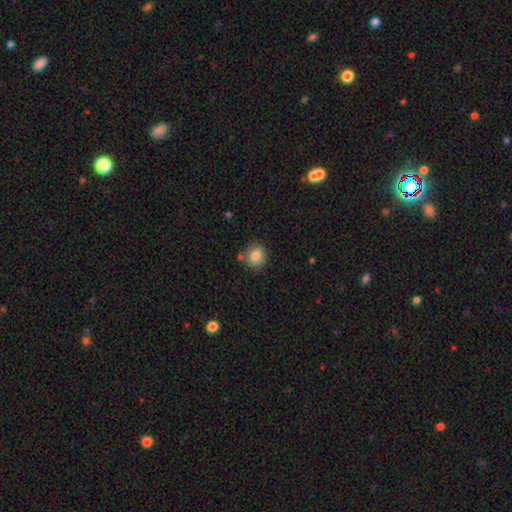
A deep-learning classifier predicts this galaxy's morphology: Smooth or featured?
  - smooth: 83% *
  - star or artifact: 10%
  - featured or disk: 7%
How rounded?
  - round: 88% *
  - in between: 11%
  - cigar-shaped: 1%
Merging?
  - none: 81% *
  - minor disturbance: 10%
  - merger: 6%
  - major disturbance: 3%